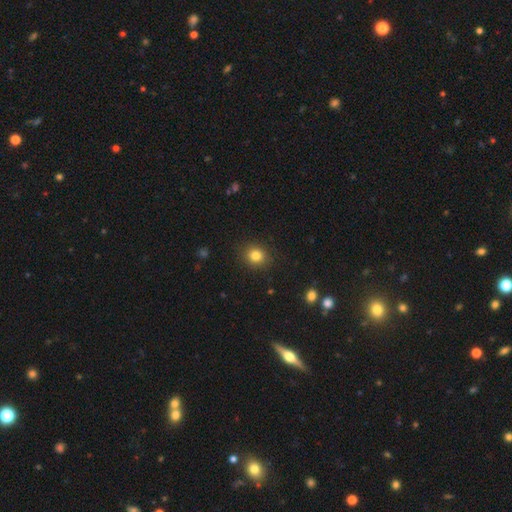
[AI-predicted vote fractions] Smooth or featured?
  - smooth: 83% *
  - star or artifact: 11%
  - featured or disk: 6%
How rounded?
  - round: 80% *
  - in between: 20%
  - cigar-shaped: 1%
Merging?
  - none: 88% *
  - minor disturbance: 8%
  - major disturbance: 2%
  - merger: 1%